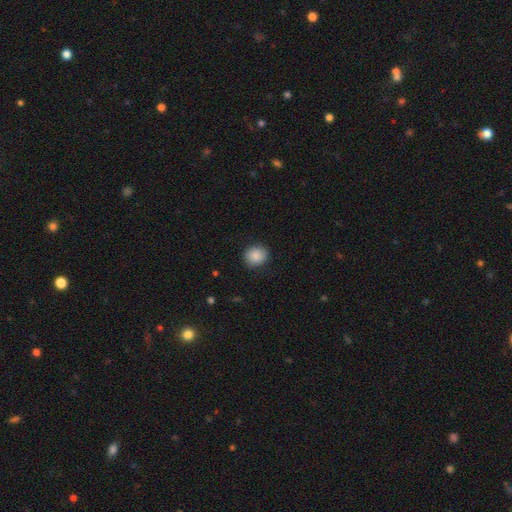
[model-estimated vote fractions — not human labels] smooth-or-featured: smooth: 88% | star or artifact: 9% | featured or disk: 4%
  how-rounded: round: 80% | in between: 19% | cigar-shaped: 1%
  merging: none: 89% | minor disturbance: 8% | major disturbance: 2% | merger: 1%